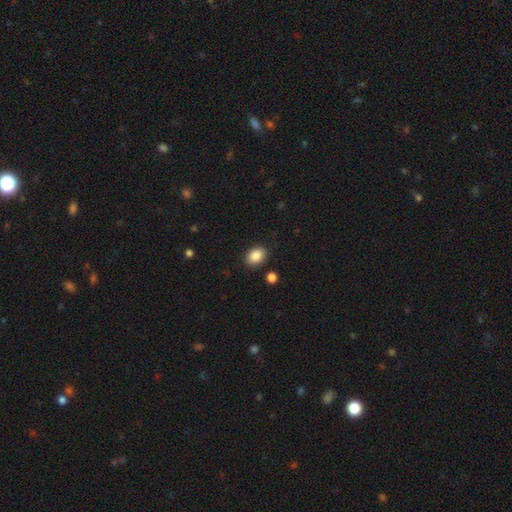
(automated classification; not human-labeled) smooth 87%, star or artifact 8%, featured or disk 4%. Down the decision tree: how rounded — in between (69%); merging — none (87%).